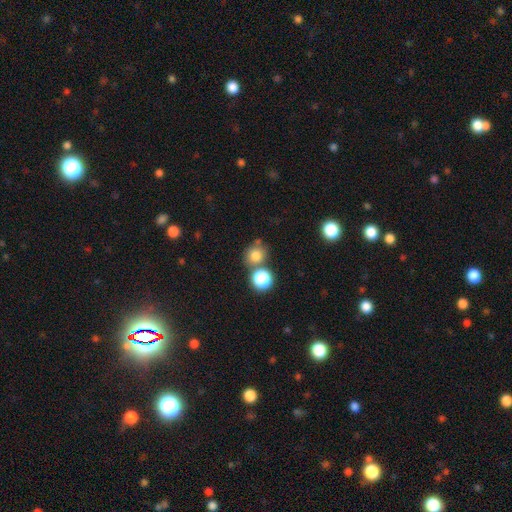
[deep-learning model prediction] smooth_or_featured: smooth (p=0.77) [alt: star or artifact p=0.15]
how_rounded: round (p=0.82) [alt: in between p=0.17]
merging: none (p=0.61) [alt: merger p=0.23]